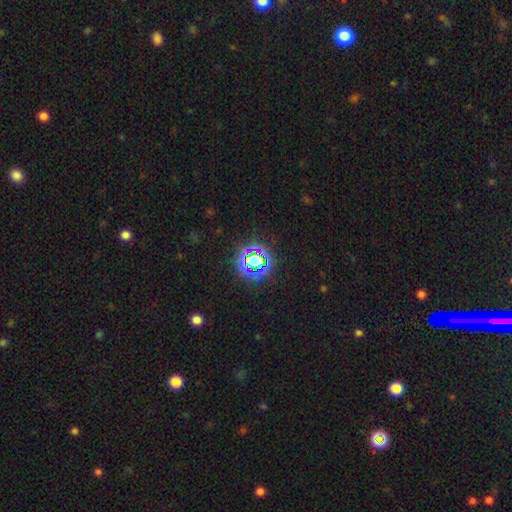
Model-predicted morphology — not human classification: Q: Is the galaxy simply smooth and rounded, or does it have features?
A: star or artifact — 74%.